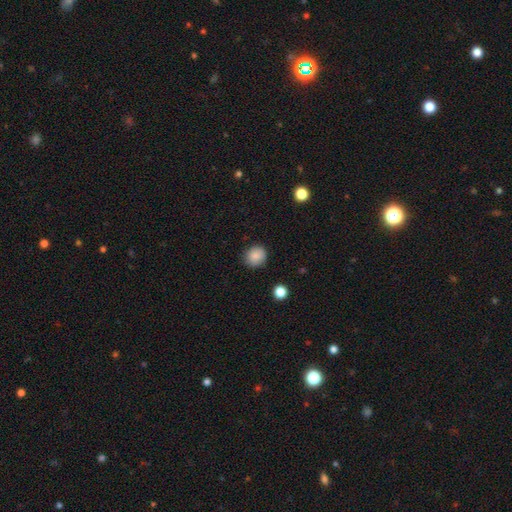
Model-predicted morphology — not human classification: Smooth or featured?
  - smooth: 87% *
  - star or artifact: 9%
  - featured or disk: 4%
How rounded?
  - round: 83% *
  - in between: 16%
  - cigar-shaped: 1%
Merging?
  - none: 87% *
  - minor disturbance: 10%
  - major disturbance: 2%
  - merger: 1%